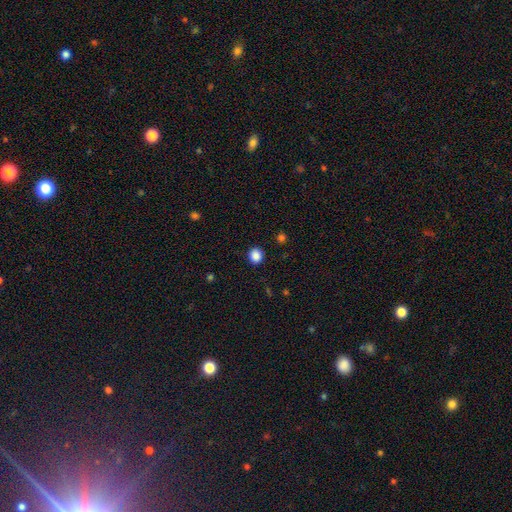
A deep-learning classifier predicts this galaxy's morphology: smooth_or_featured: smooth (p=0.87) [alt: star or artifact p=0.10]
how_rounded: round (p=0.78) [alt: in between p=0.21]
merging: none (p=0.90) [alt: minor disturbance p=0.07]